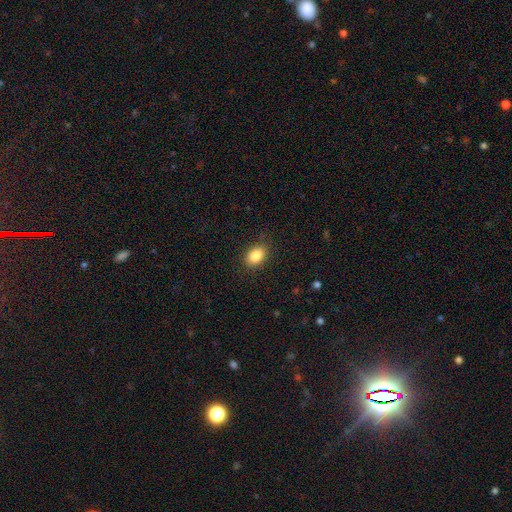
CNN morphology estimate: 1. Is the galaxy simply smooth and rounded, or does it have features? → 86% smooth, 8% star or artifact, 6% featured or disk.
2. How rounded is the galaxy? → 83% in between, 16% round, 1% cigar-shaped.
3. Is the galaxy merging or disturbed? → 83% none, 13% minor disturbance, 3% major disturbance, 1% merger.